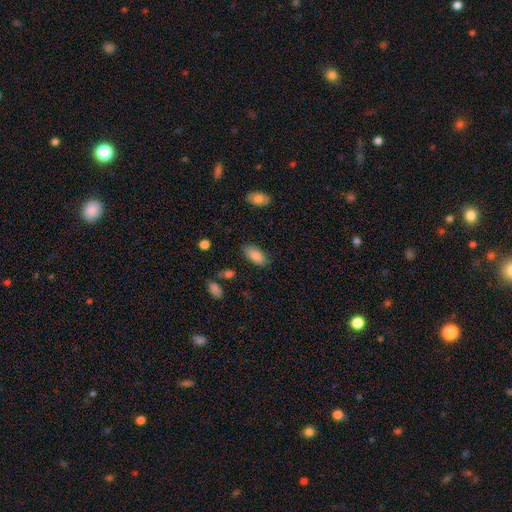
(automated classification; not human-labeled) smooth-or-featured: smooth: 83% | featured or disk: 10% | star or artifact: 7%
  how-rounded: in between: 91% | cigar-shaped: 7% | round: 2%
  merging: none: 81% | minor disturbance: 14% | major disturbance: 3% | merger: 2%